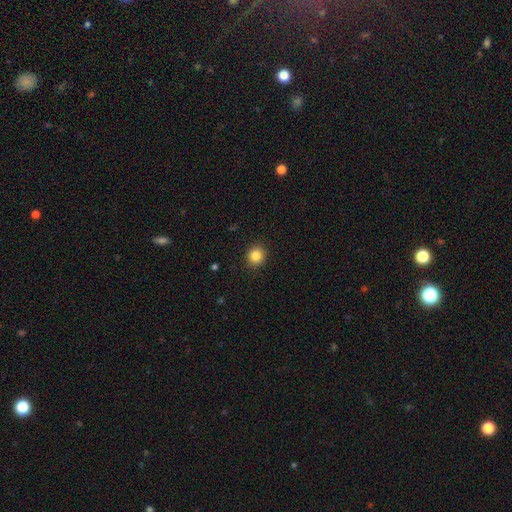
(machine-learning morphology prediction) A smooth galaxy with no disk features (84%) that is round (86%). Merging: none (91%).